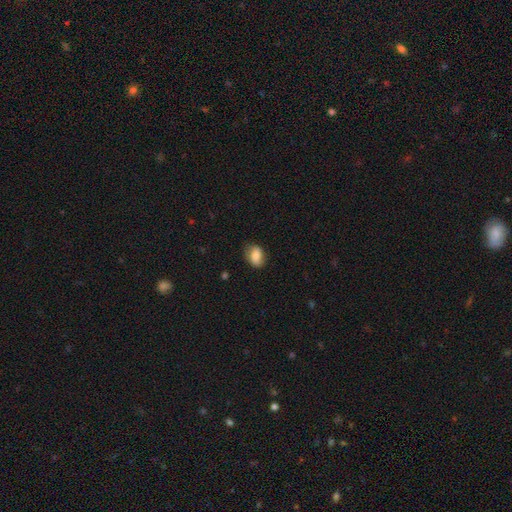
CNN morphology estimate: Q: Smooth or featured?
A: smooth (78%); runner-up: featured or disk (14%)
Q: How rounded?
A: in between (76%); runner-up: round (22%)
Q: Merging?
A: none (73%); runner-up: minor disturbance (21%)